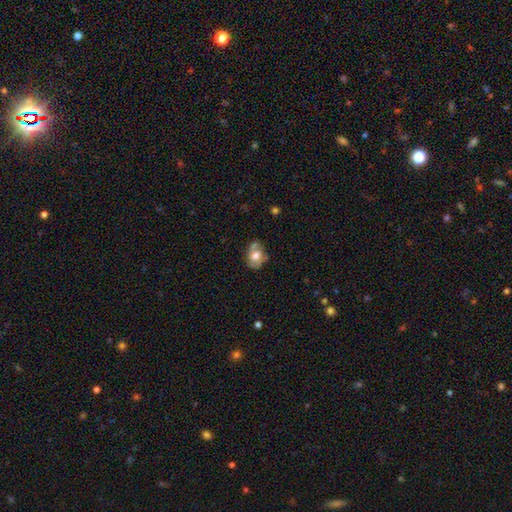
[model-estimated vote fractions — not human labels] Smooth or featured: featured or disk — 46% (tied with smooth — 46%)
Merging: none — 57% (minor disturbance — 28%)